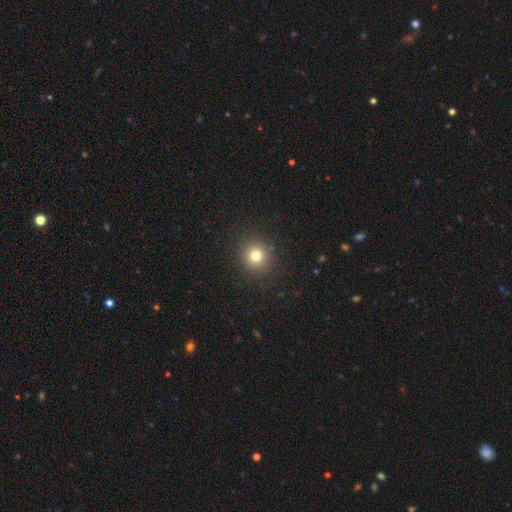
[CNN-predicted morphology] This is likely a smooth galaxy (78%). How rounded: clearly round (92%). Merging: clearly none (91%).